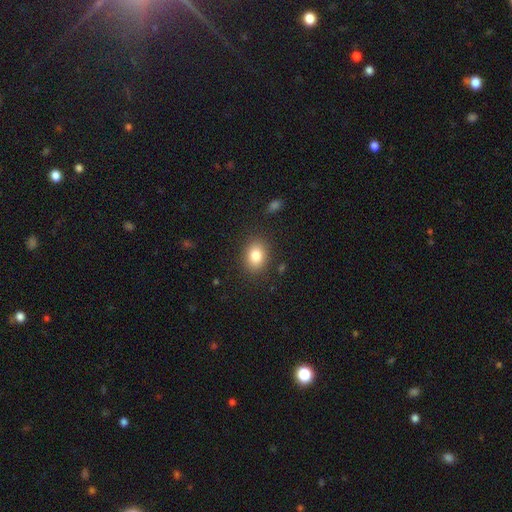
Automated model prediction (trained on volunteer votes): Overall: smooth (83%). How rounded: in between (65%; round 34%). Merging: none (86%).